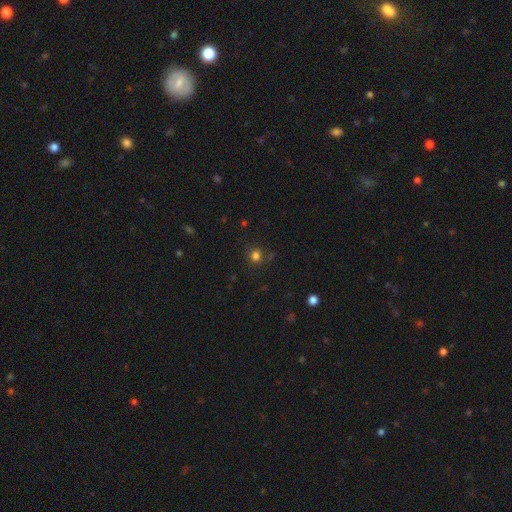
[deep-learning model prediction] smooth-or-featured: smooth: 77% | star or artifact: 18% | featured or disk: 5%
  how-rounded: round: 93% | in between: 6% | cigar-shaped: 1%
  merging: none: 84% | minor disturbance: 10% | major disturbance: 4% | merger: 2%